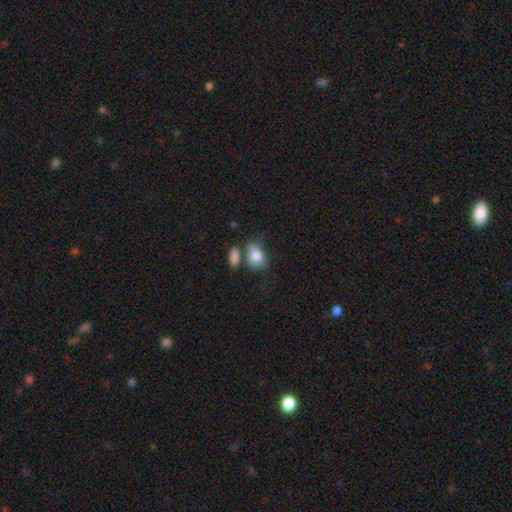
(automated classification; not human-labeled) Smooth or featured? smooth (82%)
How rounded? in between (73%)
Merging? none (40%)